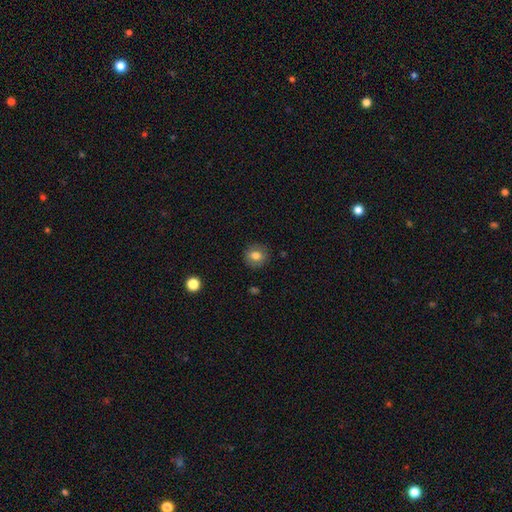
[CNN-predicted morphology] Overall: smooth (79%). How rounded: round (85%). Merging: none (87%).